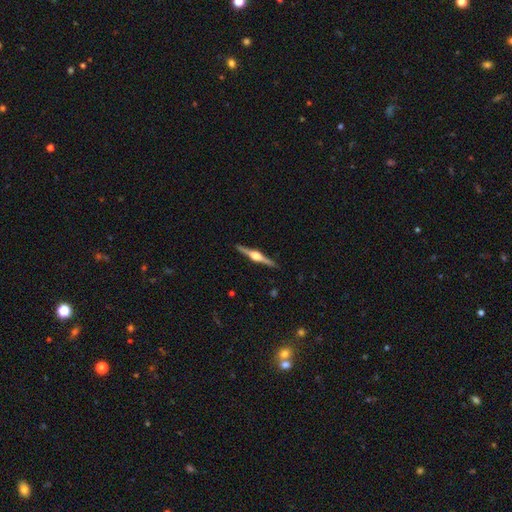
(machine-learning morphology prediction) Smooth or featured? Predicted: featured or disk (p=0.84). Edge-on disk? Predicted: yes (p=0.99). Edge-on bulge? Predicted: rounded (p=0.91). Merging? Predicted: none (p=0.92).